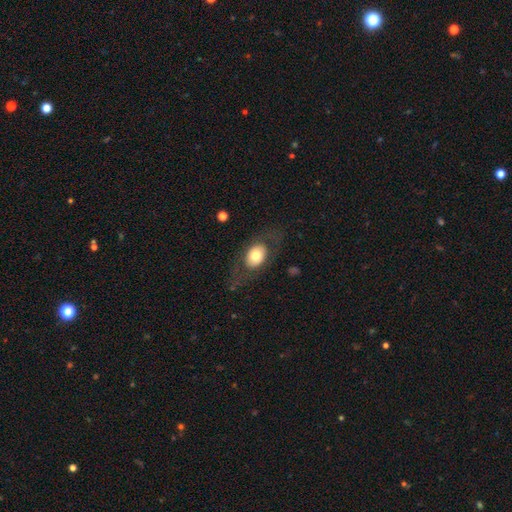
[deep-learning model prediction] Smooth or featured? Predicted: smooth (p=0.63). How rounded? Predicted: in between (p=0.77). Merging? Predicted: none (p=0.73).